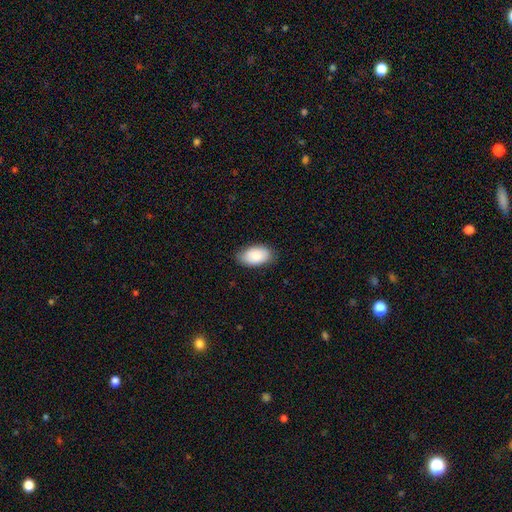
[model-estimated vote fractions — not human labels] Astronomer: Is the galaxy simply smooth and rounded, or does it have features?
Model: smooth — 86%.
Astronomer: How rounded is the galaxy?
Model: in between — 94%.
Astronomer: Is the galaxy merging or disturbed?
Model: none — 80%.